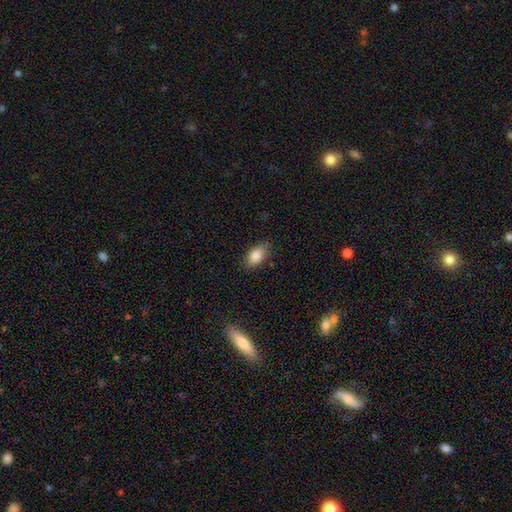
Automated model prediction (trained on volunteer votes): Smooth or featured? Predicted: smooth (p=0.85). How rounded? Predicted: in between (p=0.89). Merging? Predicted: none (p=0.76).